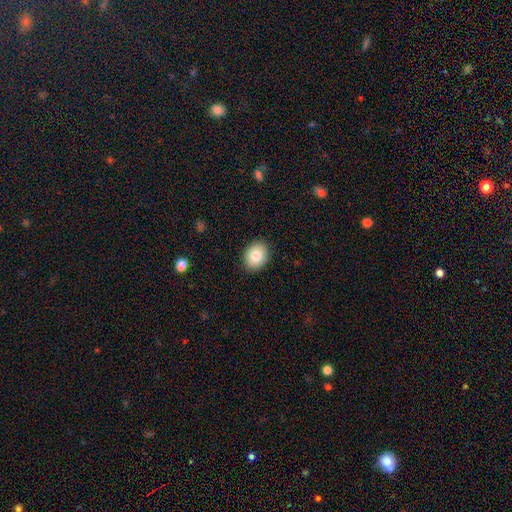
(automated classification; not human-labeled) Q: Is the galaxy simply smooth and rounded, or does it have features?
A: smooth — 83%.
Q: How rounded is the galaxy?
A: in between — 62%.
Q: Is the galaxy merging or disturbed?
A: none — 89%.